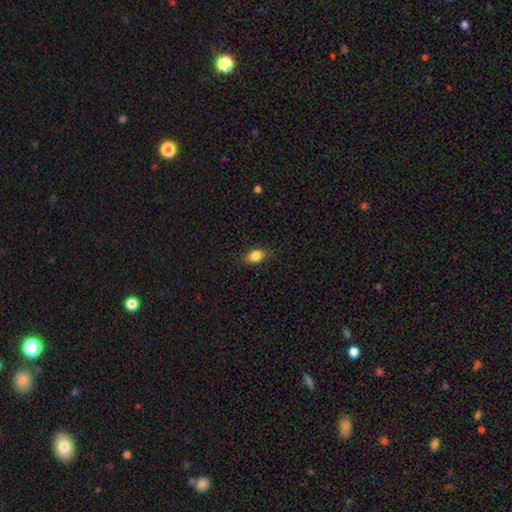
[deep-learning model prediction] Smooth or featured? Predicted: smooth (p=0.84). How rounded? Predicted: in between (p=0.79). Merging? Predicted: none (p=0.84).